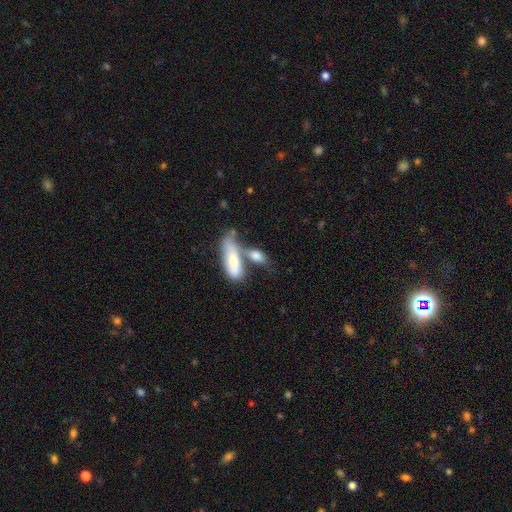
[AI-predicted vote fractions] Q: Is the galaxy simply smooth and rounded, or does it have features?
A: smooth — 75%.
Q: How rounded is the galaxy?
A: in between — 69%.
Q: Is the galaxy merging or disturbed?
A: merger — 55%.